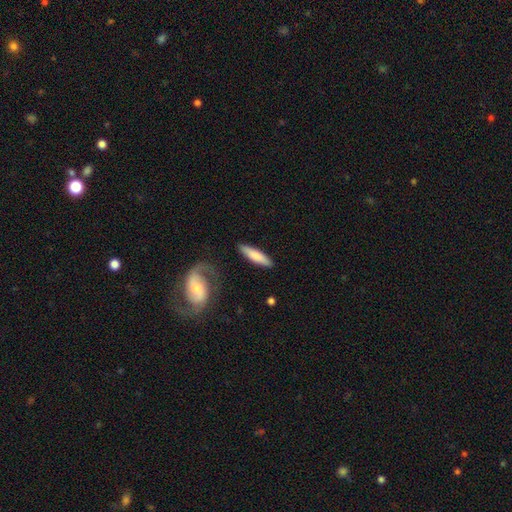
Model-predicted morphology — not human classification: A smooth galaxy with no disk features (72%) that is cigar-shaped (76%).

Vote fractions:
- Smooth or featured? smooth: 72% / featured or disk: 23% / star or artifact: 5%
- How rounded? cigar-shaped: 76% / in between: 22% / round: 2%
- Merging? none: 84% / minor disturbance: 11% / major disturbance: 3% / merger: 3%